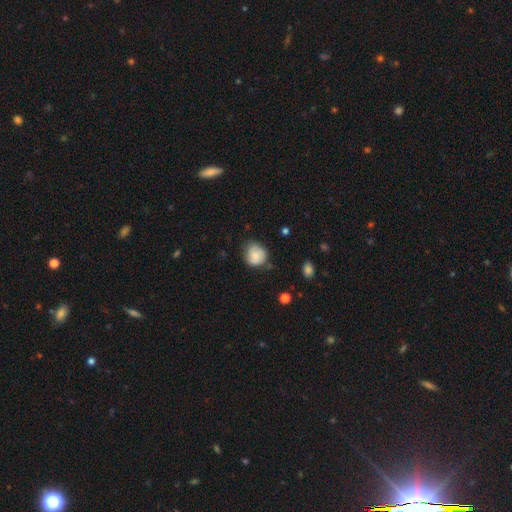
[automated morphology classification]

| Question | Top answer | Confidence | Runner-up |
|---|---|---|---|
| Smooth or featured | smooth | 76% | featured or disk (16%) |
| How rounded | round | 80% | in between (19%) |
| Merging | none | 62% | minor disturbance (29%) |